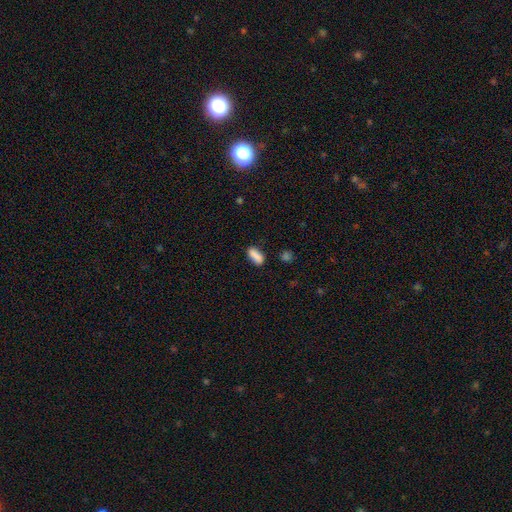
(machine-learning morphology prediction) A smooth galaxy with no disk features (86%) that is in between round and cigar-shaped (73%). Merging: none (77%).